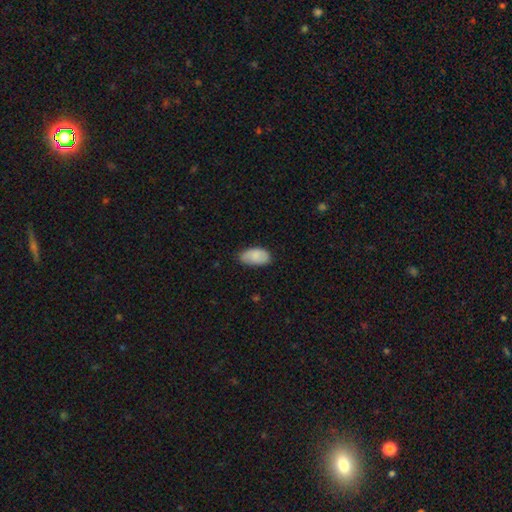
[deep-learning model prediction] smooth-or-featured: smooth: 85% | featured or disk: 8% | star or artifact: 7%
  how-rounded: in between: 95% | round: 3% | cigar-shaped: 2%
  merging: none: 68% | minor disturbance: 27% | major disturbance: 4% | merger: 1%